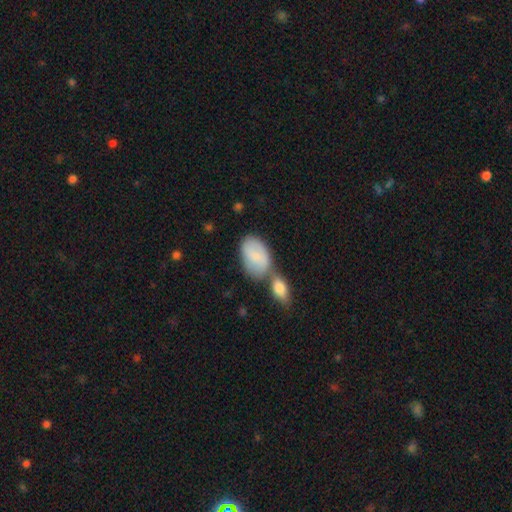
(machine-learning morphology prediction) This is likely a smooth galaxy (74%). How rounded: clearly in between (92%). Merging: marginally merger (45%).